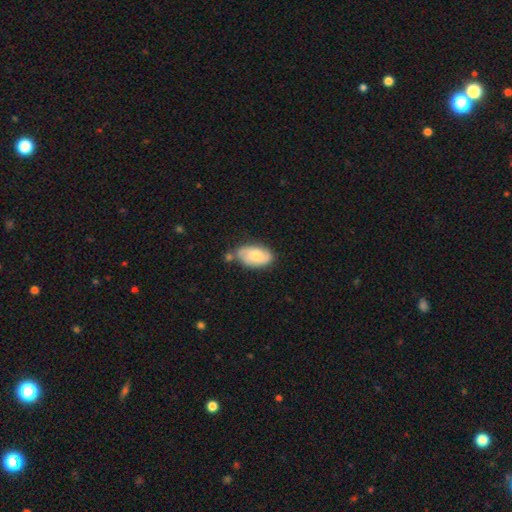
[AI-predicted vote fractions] The model was most divided on "smooth or featured": smooth: 55%, featured or disk: 39%, star or artifact: 7%. More confident: how rounded — in between (93%); merging — none (58%).